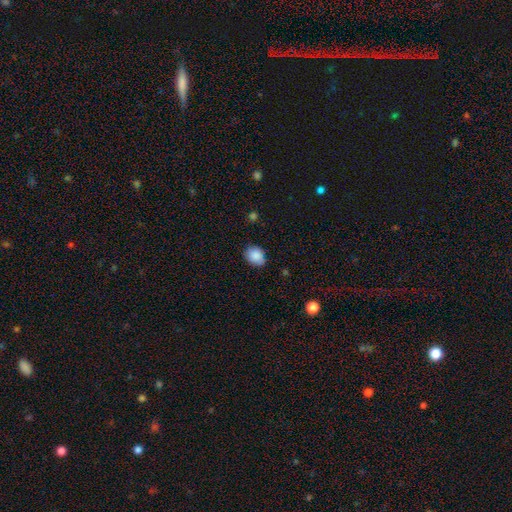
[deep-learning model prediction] Smooth or featured: smooth — 87% (star or artifact — 8%)
How rounded: in between — 54% (round — 45%)
Merging: none — 75% (minor disturbance — 20%)